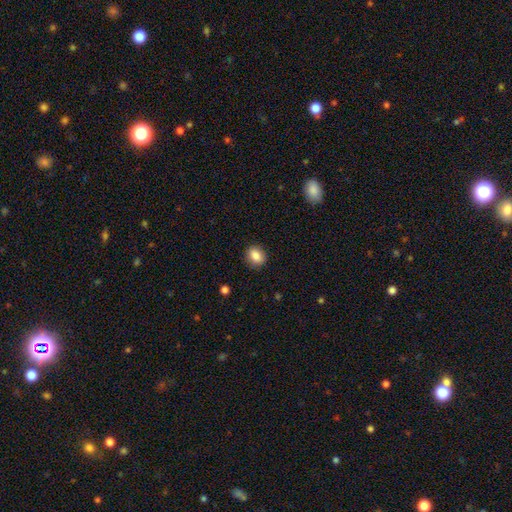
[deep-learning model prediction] smooth_or_featured: smooth (p=0.87) [alt: star or artifact p=0.09]
how_rounded: in between (p=0.50) [alt: round p=0.49]
merging: none (p=0.88) [alt: minor disturbance p=0.09]